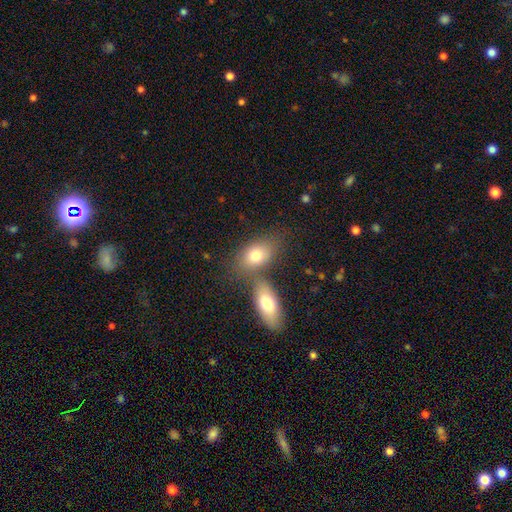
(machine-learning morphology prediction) The model was most divided on "merging": none: 48%, merger: 38%, minor disturbance: 10%, major disturbance: 4%. More confident: how rounded — in between (80%); smooth or featured — smooth (77%).